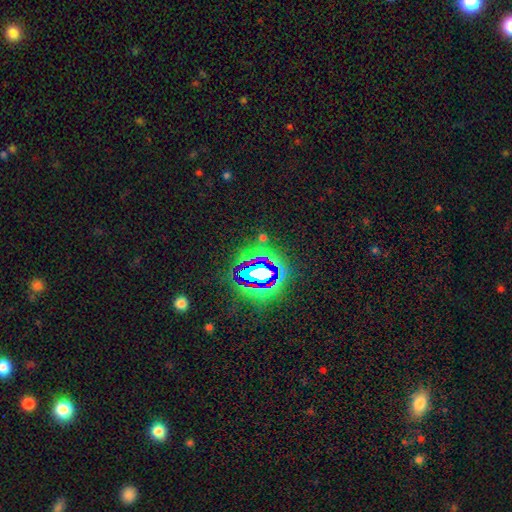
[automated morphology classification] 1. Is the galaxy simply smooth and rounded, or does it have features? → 77% star or artifact, 13% smooth, 11% featured or disk.